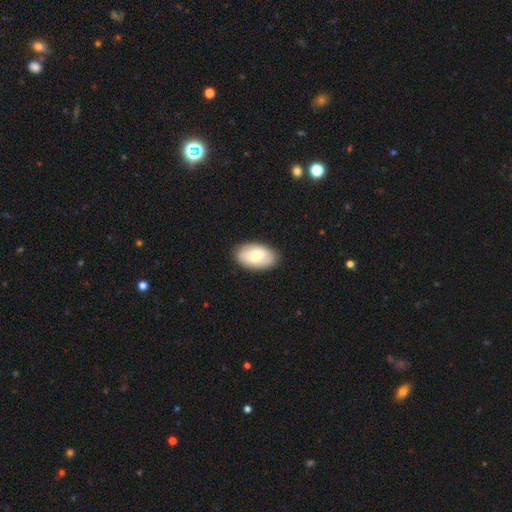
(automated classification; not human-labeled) The model was most divided on "smooth or featured": smooth: 71%, featured or disk: 23%, star or artifact: 6%. More confident: how rounded — in between (94%); merging — none (88%).